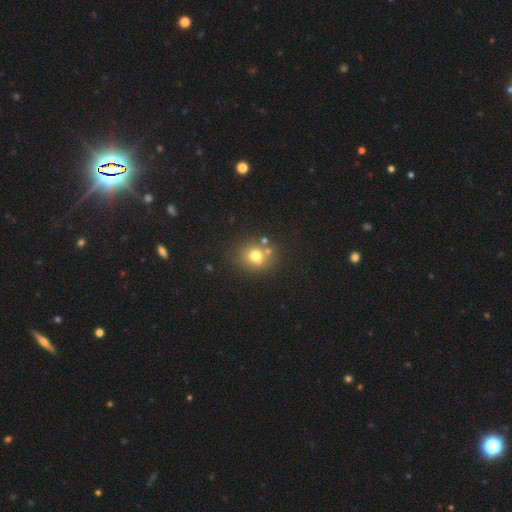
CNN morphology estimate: smooth-or-featured: smooth: 71% | star or artifact: 16% | featured or disk: 14%
  how-rounded: round: 77% | in between: 22% | cigar-shaped: 1%
  merging: none: 69% | merger: 16% | minor disturbance: 12% | major disturbance: 4%